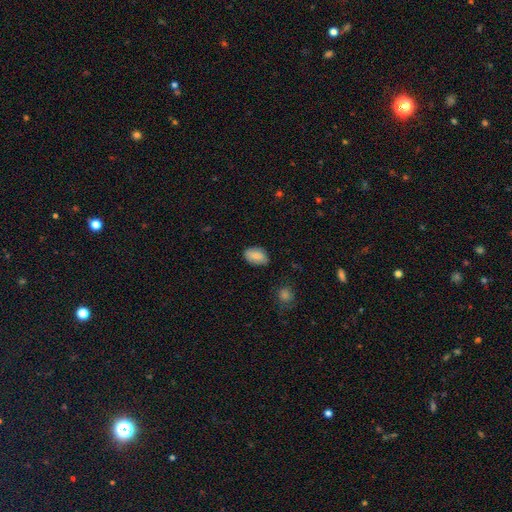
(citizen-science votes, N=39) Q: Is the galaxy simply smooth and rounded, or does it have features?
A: smooth — 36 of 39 (92%).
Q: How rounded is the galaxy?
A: in between — 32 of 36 (89%).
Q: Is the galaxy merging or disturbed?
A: none — 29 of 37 (78%).